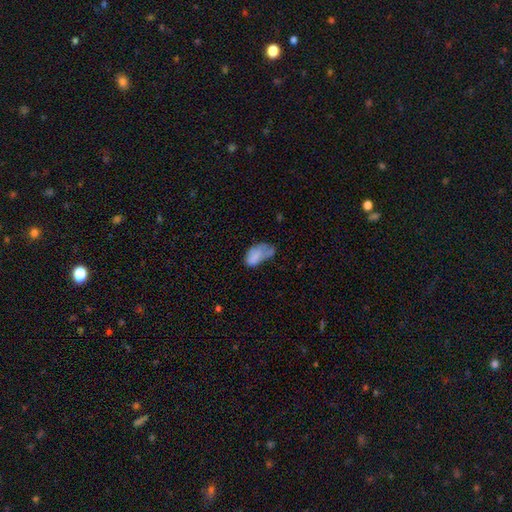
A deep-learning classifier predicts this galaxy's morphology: Smooth or featured: smooth — 72% (featured or disk — 18%)
How rounded: in between — 93% (round — 5%)
Merging: minor disturbance — 37% (major disturbance — 29%)